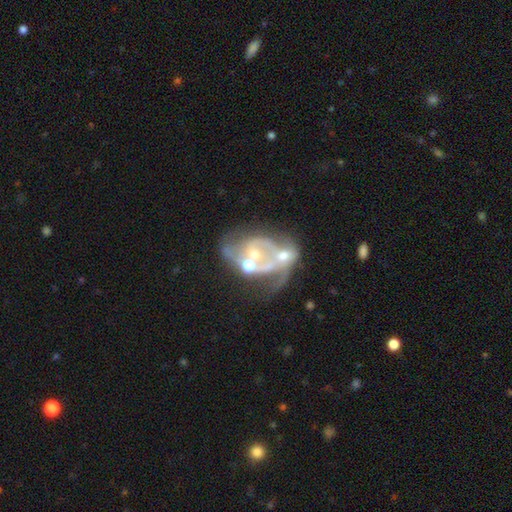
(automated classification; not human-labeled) A featured or disk galaxy (76%) with no bar (72%), spiral arms (62%) and a moderate central bulge (47%).

Vote fractions:
- Smooth or featured? featured or disk: 76% / smooth: 13% / star or artifact: 11%
- Edge-on disk? no: 98% / yes: 2%
- Bar? no: 72% / weak: 21% / strong: 7%
- Spiral arms? yes: 62% / no: 38%
- Bulge size? moderate: 47% / small: 35% / none: 11% / large: 4% / dominant: 2%
- Merging? merger: 53% / major disturbance: 20% / none: 17% / minor disturbance: 10%